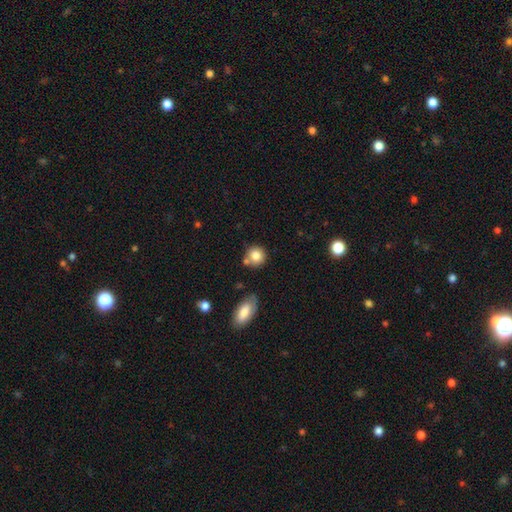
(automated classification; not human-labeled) smooth-or-featured: smooth: 81% | featured or disk: 10% | star or artifact: 9%
  how-rounded: round: 88% | in between: 11% | cigar-shaped: 1%
  merging: none: 70% | merger: 14% | minor disturbance: 13% | major disturbance: 3%